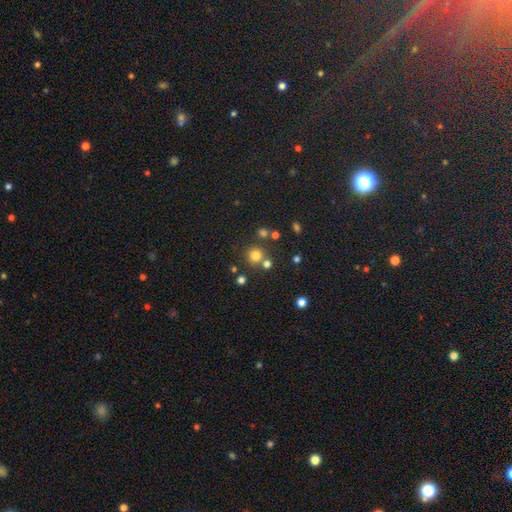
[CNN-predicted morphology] type=smooth (75%); roundness=round (93%); merging=none (74%).